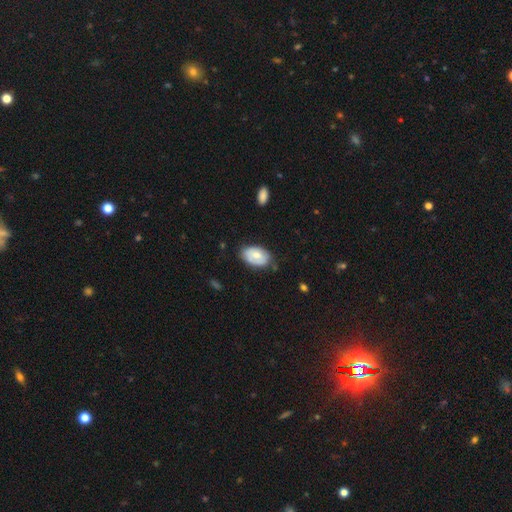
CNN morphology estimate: smooth 61%, featured or disk 33%, star or artifact 6%. Down the decision tree: how rounded — in between (92%); merging — none (69%).